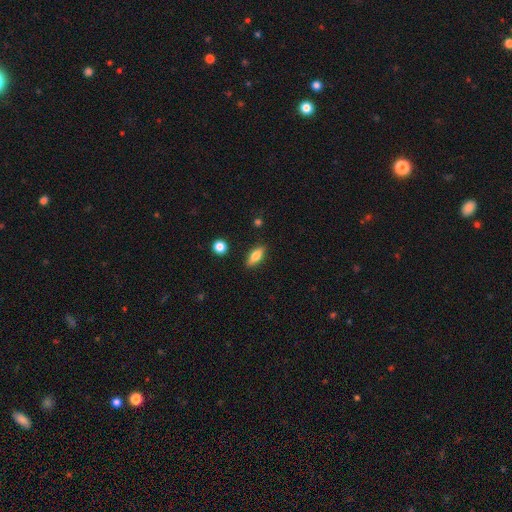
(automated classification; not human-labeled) smooth 77%, featured or disk 15%, star or artifact 7%. Down the decision tree: how rounded — in between (72%); merging — none (86%).